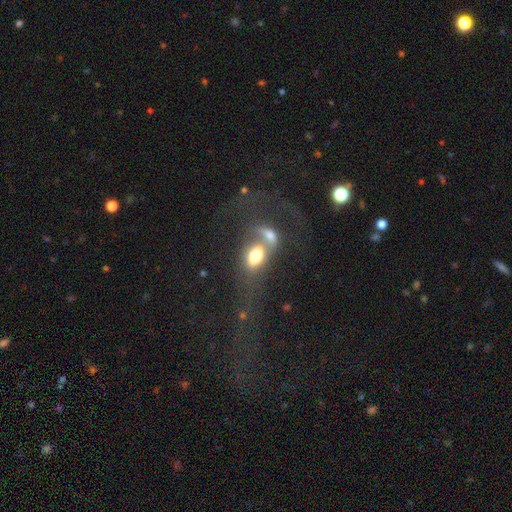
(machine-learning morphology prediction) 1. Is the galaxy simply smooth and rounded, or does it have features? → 66% smooth, 25% featured or disk, 10% star or artifact.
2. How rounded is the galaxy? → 85% in between, 11% round, 4% cigar-shaped.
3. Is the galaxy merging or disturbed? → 62% merger, 19% none, 12% major disturbance, 8% minor disturbance.